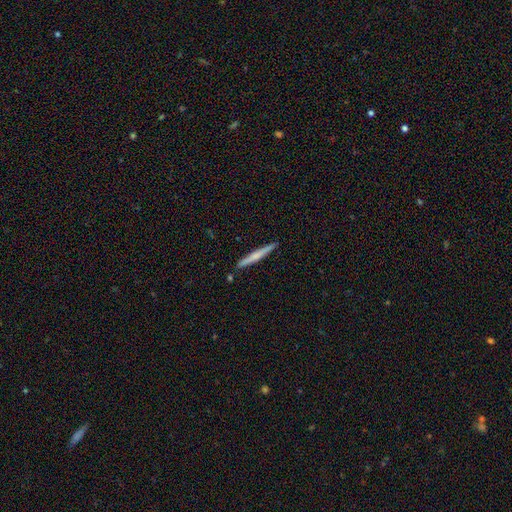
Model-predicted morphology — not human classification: type=smooth (49%); merging=none (90%).